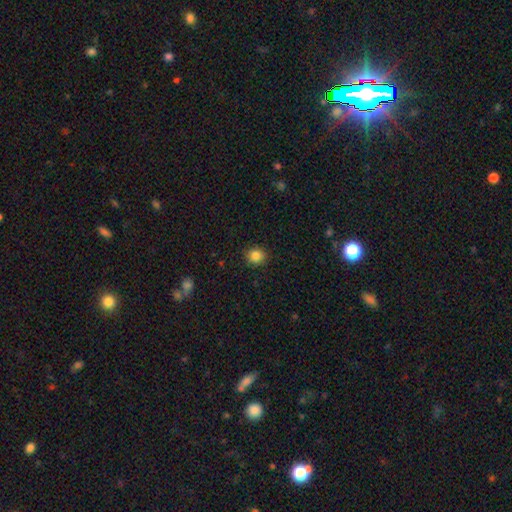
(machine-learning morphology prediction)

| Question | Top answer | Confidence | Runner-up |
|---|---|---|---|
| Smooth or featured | smooth | 85% | star or artifact (11%) |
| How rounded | round | 85% | in between (14%) |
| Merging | none | 91% | minor disturbance (7%) |